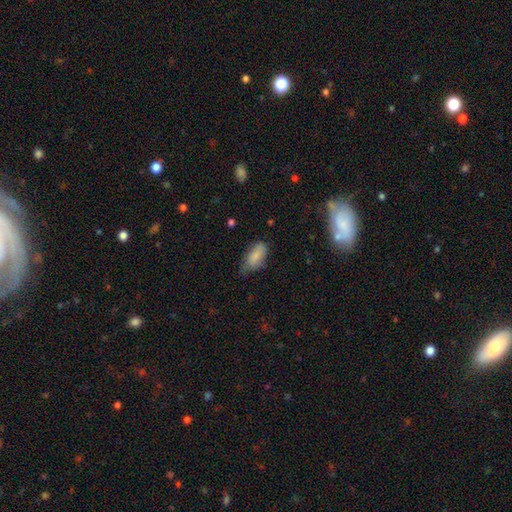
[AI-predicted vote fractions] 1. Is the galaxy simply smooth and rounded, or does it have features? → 84% smooth, 9% featured or disk, 7% star or artifact.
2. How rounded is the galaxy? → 89% in between, 9% cigar-shaped, 3% round.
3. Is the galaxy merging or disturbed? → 51% none, 38% minor disturbance, 8% major disturbance, 2% merger.